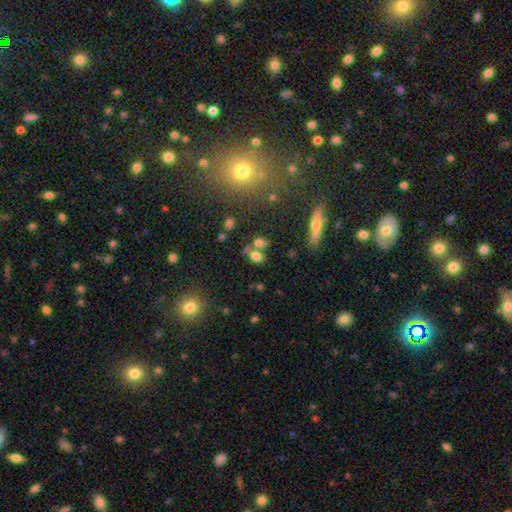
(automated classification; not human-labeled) The model was most divided on "merging": none: 47%, merger: 36%, minor disturbance: 12%, major disturbance: 5%. More confident: smooth or featured — smooth (71%); how rounded — in between (57%).